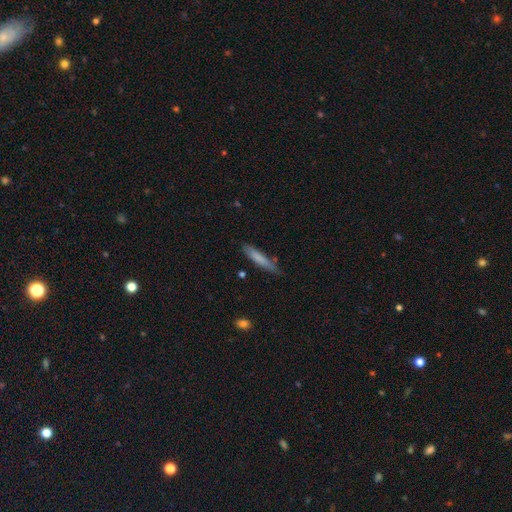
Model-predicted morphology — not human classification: Smooth or featured?
  - smooth: 71% *
  - featured or disk: 21%
  - star or artifact: 8%
How rounded?
  - cigar-shaped: 90% *
  - in between: 8%
  - round: 1%
Merging?
  - none: 78% *
  - minor disturbance: 17%
  - major disturbance: 3%
  - merger: 2%